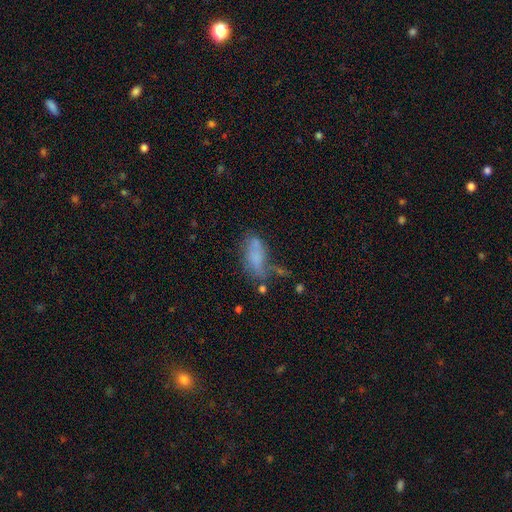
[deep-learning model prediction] Overall: smooth (60%; featured or disk 27%). How rounded: in between (82%). Merging: none (30%; major disturbance 28%).